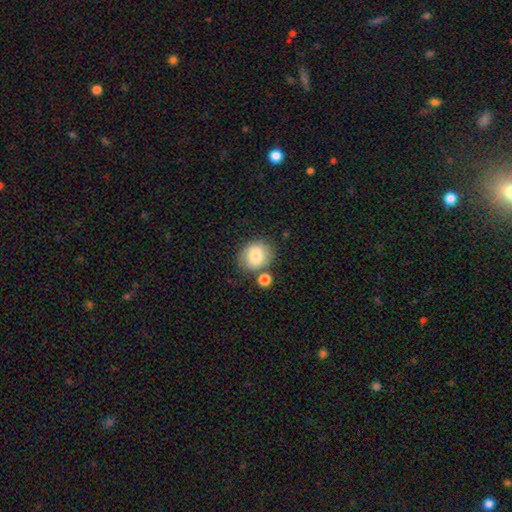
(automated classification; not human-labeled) smooth_or_featured: smooth (p=0.82) [alt: featured or disk p=0.10]
how_rounded: round (p=0.71) [alt: in between p=0.28]
merging: none (p=0.67) [alt: minor disturbance p=0.15]